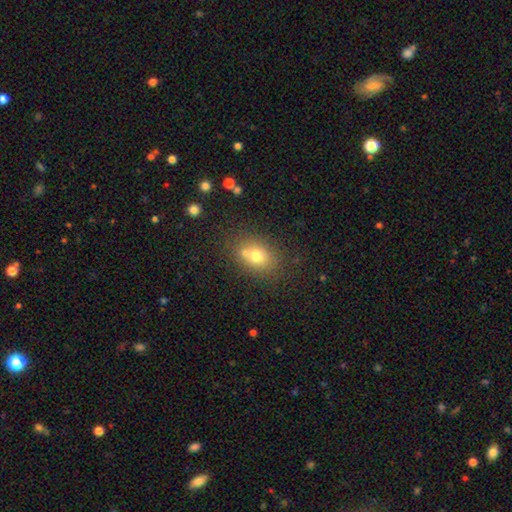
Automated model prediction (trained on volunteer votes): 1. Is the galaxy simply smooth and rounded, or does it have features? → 72% smooth, 15% featured or disk, 13% star or artifact.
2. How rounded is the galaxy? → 59% in between, 39% round, 1% cigar-shaped.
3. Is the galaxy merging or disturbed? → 63% none, 21% merger, 12% minor disturbance, 4% major disturbance.